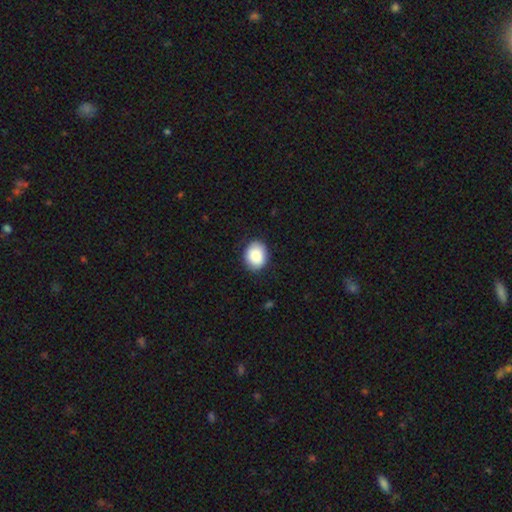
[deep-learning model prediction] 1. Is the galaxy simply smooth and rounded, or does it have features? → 87% smooth, 7% star or artifact, 6% featured or disk.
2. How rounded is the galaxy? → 52% in between, 47% round, 1% cigar-shaped.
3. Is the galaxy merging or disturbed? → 86% none, 11% minor disturbance, 2% major disturbance, 1% merger.